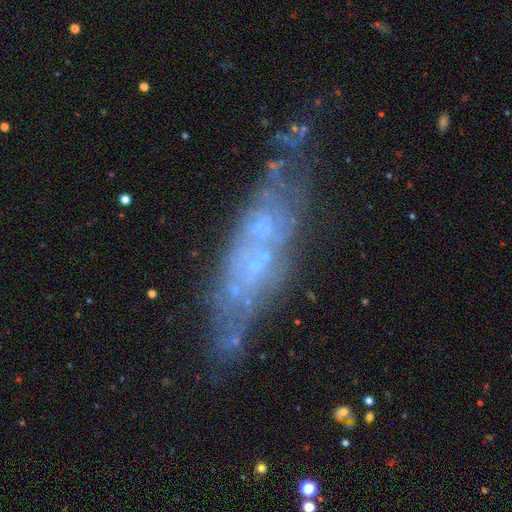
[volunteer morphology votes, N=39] featured or disk 64%, smooth 33%, star or artifact 3%. Down the decision tree: edge-on disk — no (60%); bar — no (93%); spiral arms — no (100%); bulge size — none (53%); merging — none (76%).